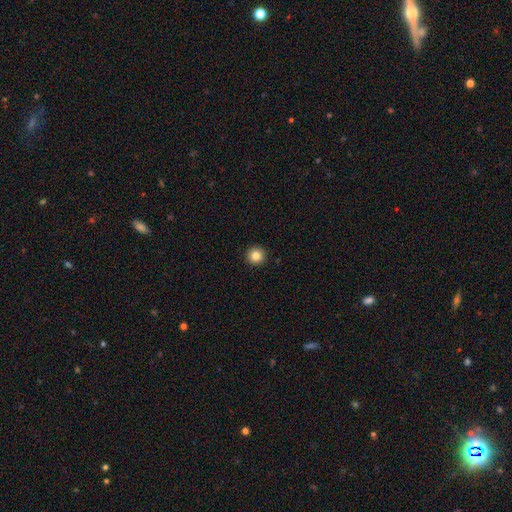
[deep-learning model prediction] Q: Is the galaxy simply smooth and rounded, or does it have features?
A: smooth — 84%.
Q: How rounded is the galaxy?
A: round — 96%.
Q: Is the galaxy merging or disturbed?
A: none — 94%.